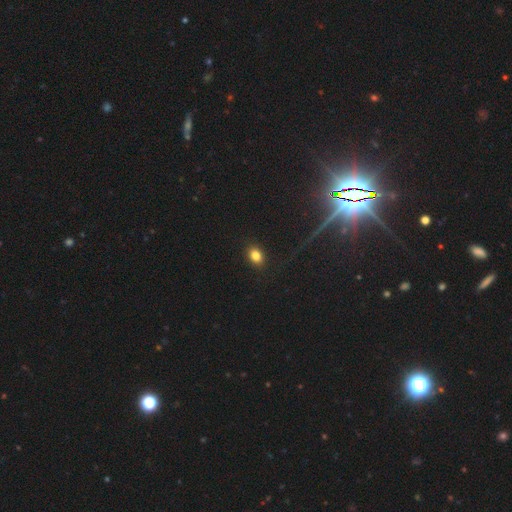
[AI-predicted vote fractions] Smooth or featured: smooth — 82% (star or artifact — 11%)
How rounded: in between — 69% (round — 30%)
Merging: none — 90% (minor disturbance — 7%)